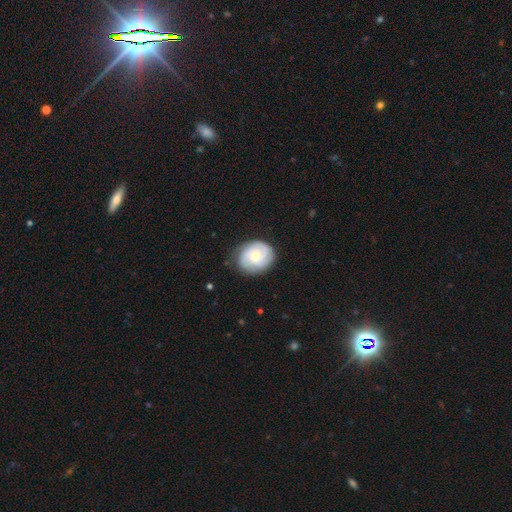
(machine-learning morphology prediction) Smooth or featured? featured or disk (73%)
Edge-on disk? no (98%)
Bar? no (73%)
Spiral arms? yes (95%)
Spiral winding? tight (64%)
Spiral arm count? 3 (42%)
Bulge size? small (51%)
Merging? none (79%)